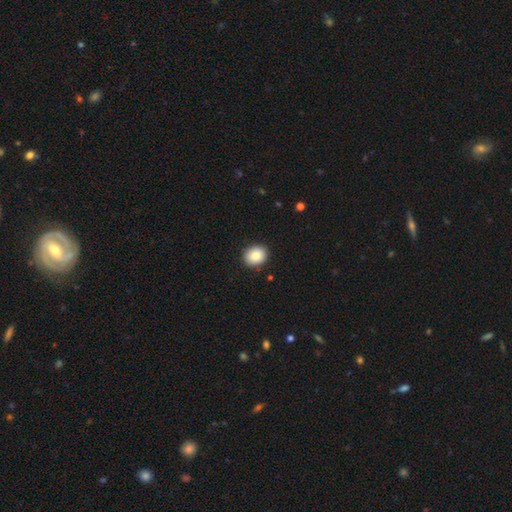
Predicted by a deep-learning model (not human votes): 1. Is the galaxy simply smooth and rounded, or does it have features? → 85% smooth, 8% star or artifact, 7% featured or disk.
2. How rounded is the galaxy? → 60% round, 39% in between, 1% cigar-shaped.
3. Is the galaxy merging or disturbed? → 90% none, 7% minor disturbance, 2% major disturbance, 1% merger.